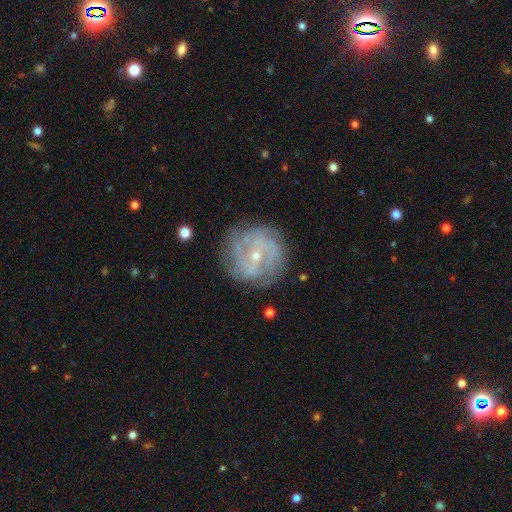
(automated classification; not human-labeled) This is clearly a featured or disk galaxy (82%). It is clearly not viewed edge-on (97%). Bar: possibly no (49%). Spiral arm pattern: clearly yes (91%). Spiral arm count: marginally can't tell (37%). Spiral winding: likely tight (63%). Central bulge: likely small (76%). Merging: likely none (78%).